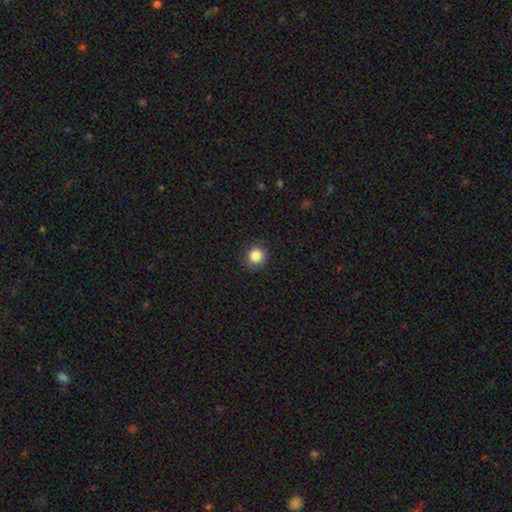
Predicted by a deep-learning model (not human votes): A smooth galaxy with no disk features (85%) that is round (90%). Merging: none (89%).